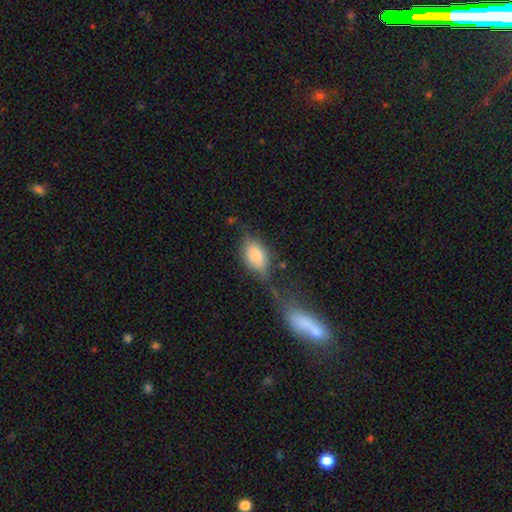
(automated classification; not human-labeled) Smooth or featured? Predicted: smooth (p=0.71). How rounded? Predicted: in between (p=0.85). Merging? Predicted: none (p=0.44).